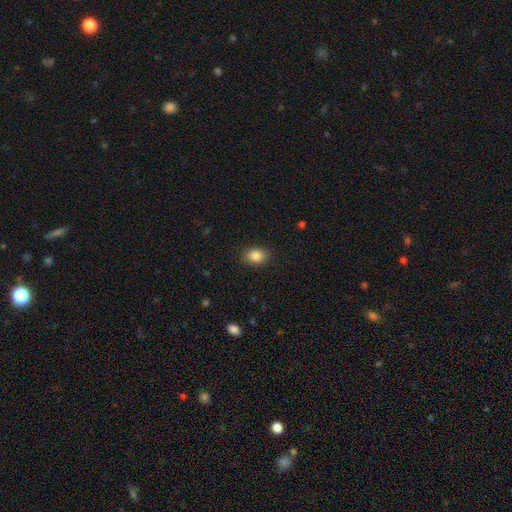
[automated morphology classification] A smooth galaxy with no disk features (86%) that is in between round and cigar-shaped (69%).

Vote fractions:
- Smooth or featured? smooth: 86% / star or artifact: 9% / featured or disk: 5%
- How rounded? in between: 69% / round: 30% / cigar-shaped: 1%
- Merging? none: 88% / minor disturbance: 9% / major disturbance: 3% / merger: 1%